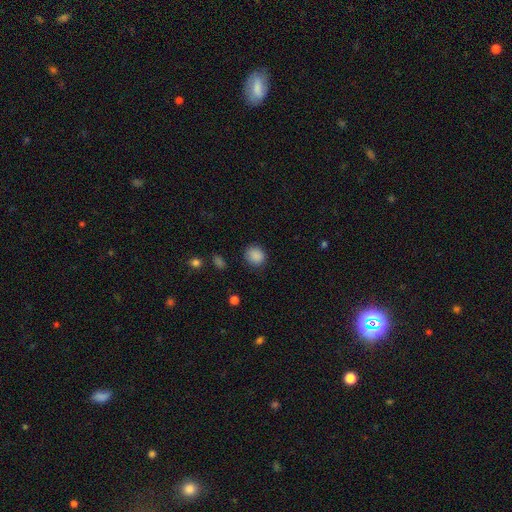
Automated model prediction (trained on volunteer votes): smooth 87%, star or artifact 10%, featured or disk 3%. Down the decision tree: how rounded — round (80%); merging — none (84%).